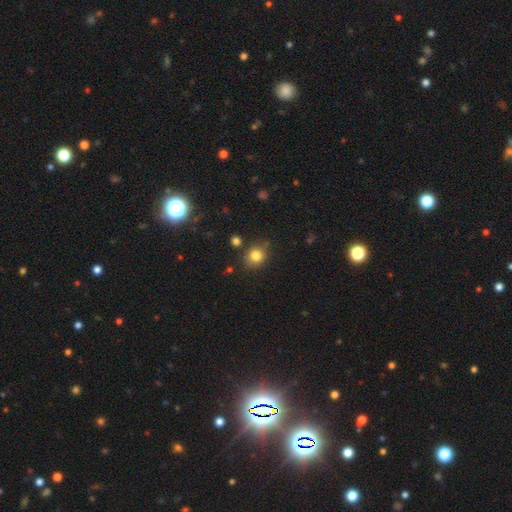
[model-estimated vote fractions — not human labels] Overall: smooth (81%). How rounded: round (73%). Merging: none (80%).